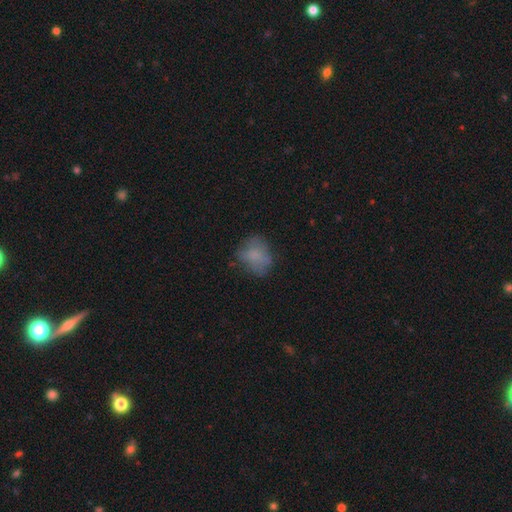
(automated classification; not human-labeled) smooth-or-featured: smooth: 70% | featured or disk: 19% | star or artifact: 11%
  how-rounded: round: 59% | in between: 40% | cigar-shaped: 1%
  merging: none: 58% | minor disturbance: 26% | major disturbance: 14% | merger: 2%